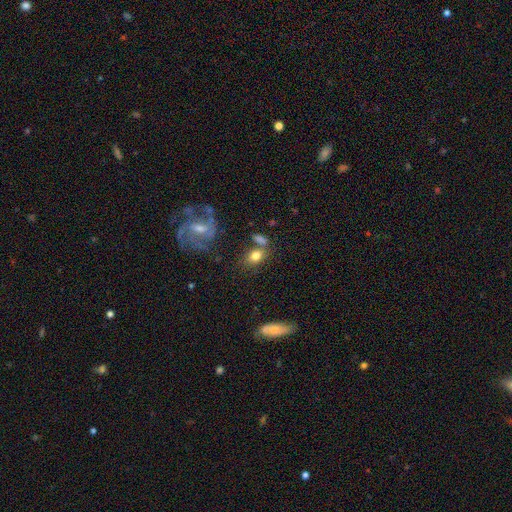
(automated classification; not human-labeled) The model was most divided on "merging": none: 57%, merger: 21%, minor disturbance: 16%, major disturbance: 7%. More confident: smooth or featured — smooth (75%); how rounded — in between (75%).